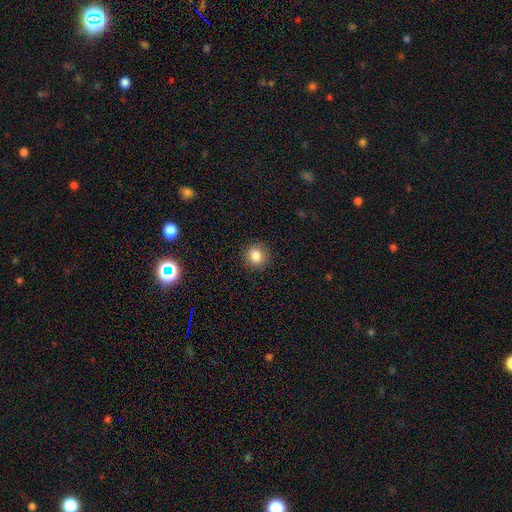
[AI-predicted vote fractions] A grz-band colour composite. It shows a smooth galaxy with no disk features (84%) that is round (88%). Merging: none (89%).